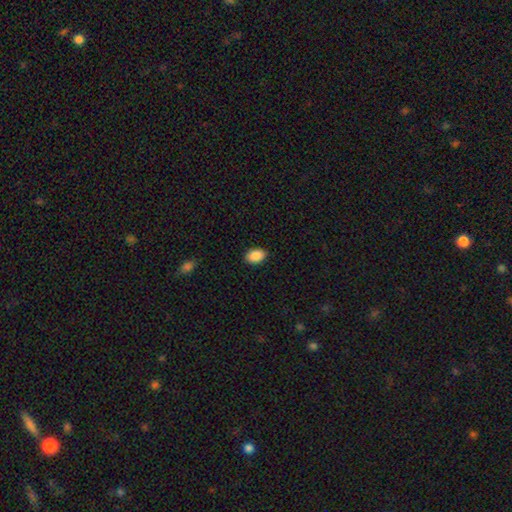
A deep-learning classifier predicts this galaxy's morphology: smooth-or-featured: smooth: 89% | star or artifact: 7% | featured or disk: 4%
  how-rounded: in between: 86% | round: 12% | cigar-shaped: 1%
  merging: none: 89% | minor disturbance: 9% | major disturbance: 2% | merger: 1%